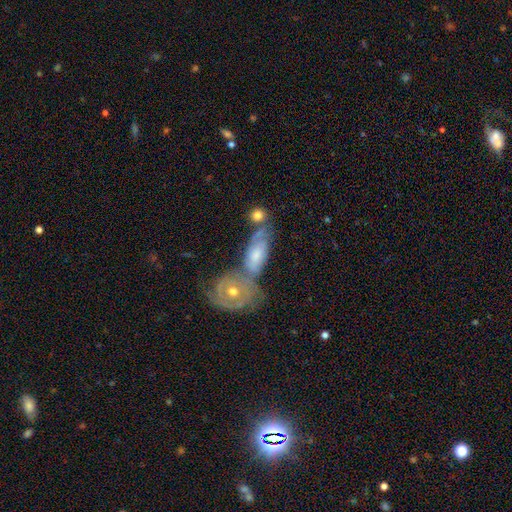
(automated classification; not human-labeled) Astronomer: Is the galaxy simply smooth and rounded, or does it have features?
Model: featured or disk — 60%.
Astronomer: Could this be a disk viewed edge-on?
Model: no — 85%.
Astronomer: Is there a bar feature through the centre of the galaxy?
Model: no — 72%.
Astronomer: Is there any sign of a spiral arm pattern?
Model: yes — 75%.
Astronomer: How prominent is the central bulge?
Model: moderate — 54% (runner-up: small, 36%).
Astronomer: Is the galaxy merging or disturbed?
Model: merger — 43% (runner-up: none, 36%).